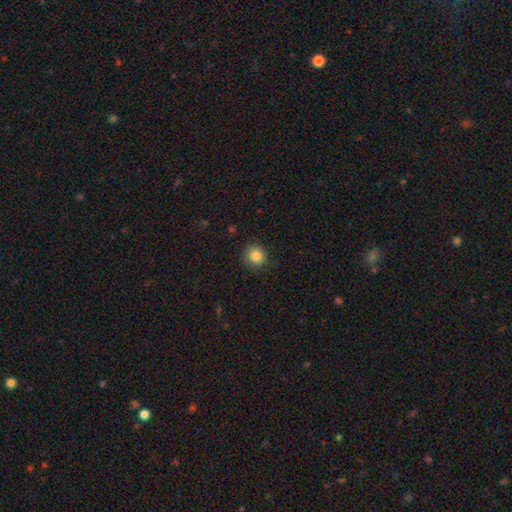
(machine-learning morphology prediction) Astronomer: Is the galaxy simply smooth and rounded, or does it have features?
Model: smooth — 85%.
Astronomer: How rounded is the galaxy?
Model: round — 91%.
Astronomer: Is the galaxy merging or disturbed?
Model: none — 88%.